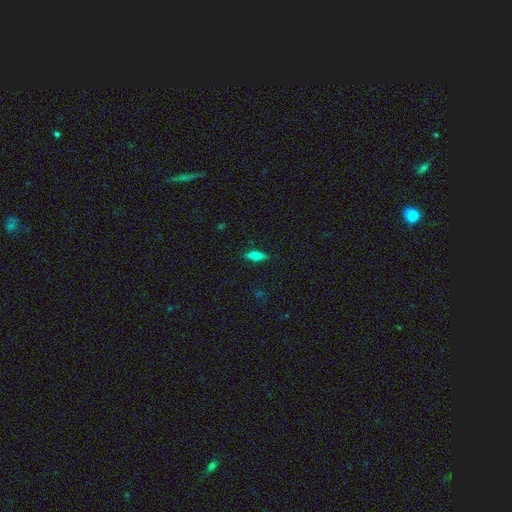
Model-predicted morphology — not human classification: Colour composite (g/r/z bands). It shows a smooth galaxy with no disk features (60%) that is in between round and cigar-shaped (64%). Merging: none (87%).